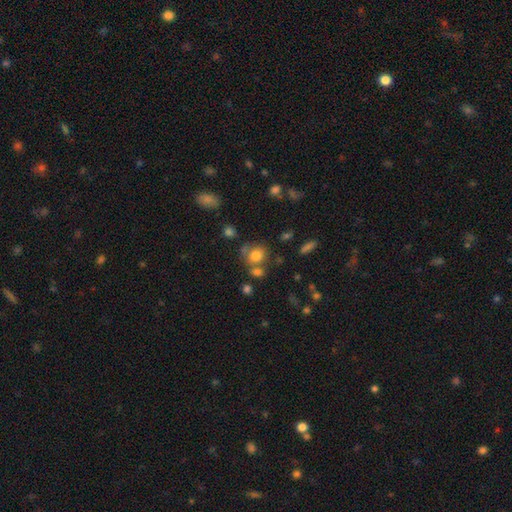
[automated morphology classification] A smooth galaxy with no disk features (78%) that is round (75%).

Vote fractions:
- Smooth or featured? smooth: 78% / star or artifact: 12% / featured or disk: 10%
- How rounded? round: 75% / in between: 24% / cigar-shaped: 1%
- Merging? none: 58% / merger: 21% / minor disturbance: 15% / major disturbance: 6%